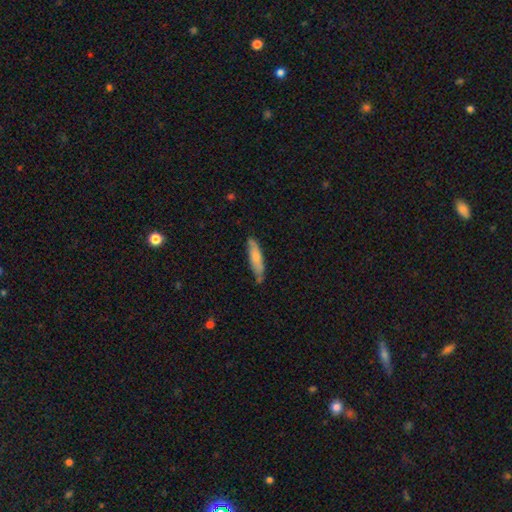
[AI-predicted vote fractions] smooth_or_featured: smooth (p=0.59) [alt: featured or disk p=0.34]
how_rounded: cigar-shaped (p=0.81) [alt: in between p=0.18]
merging: none (p=0.79) [alt: minor disturbance p=0.16]